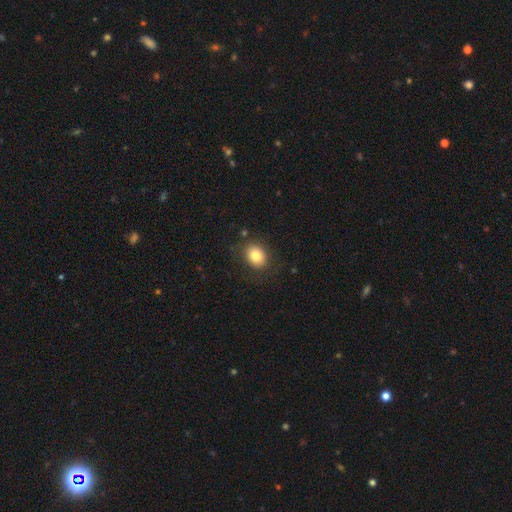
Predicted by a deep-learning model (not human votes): This appears to be a smooth galaxy with no disk features (82%) that is in between round and cigar-shaped (57%). Merging: none (82%).